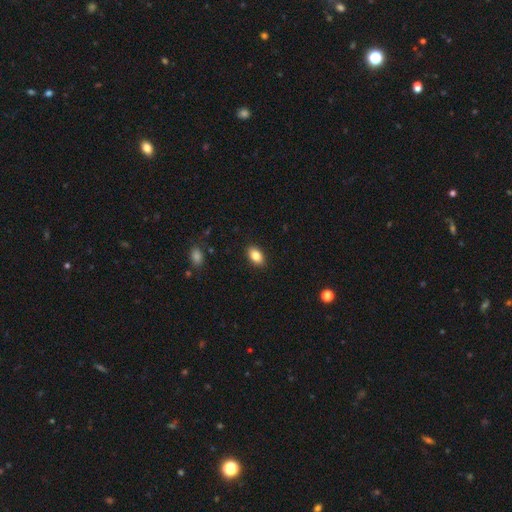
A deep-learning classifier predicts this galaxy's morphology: type=smooth (84%); roundness=in between (90%); merging=none (89%).